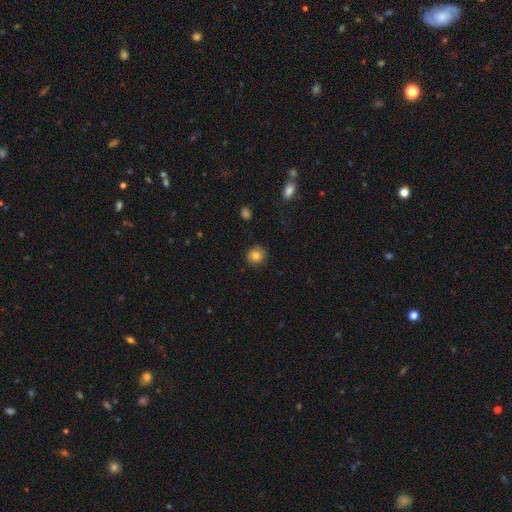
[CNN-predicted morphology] Smooth or featured: smooth — 79% (featured or disk — 11%)
How rounded: round — 87% (in between — 13%)
Merging: none — 85% (minor disturbance — 11%)